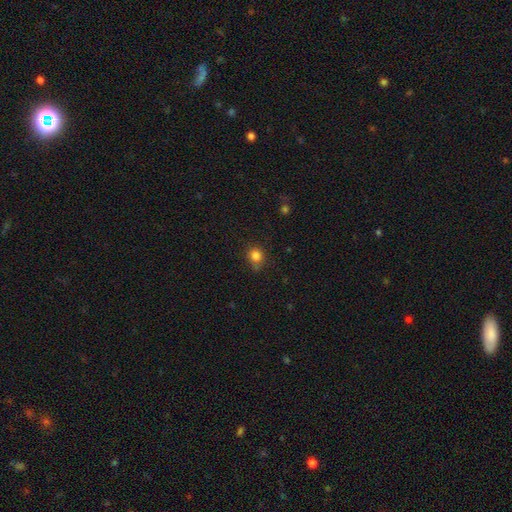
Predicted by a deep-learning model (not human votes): The model was most divided on "merging": none: 70%, minor disturbance: 22%, major disturbance: 5%, merger: 3%. More confident: smooth or featured — smooth (83%); how rounded — round (79%).